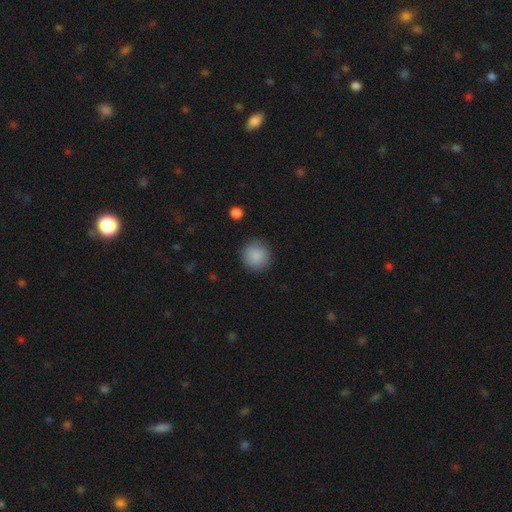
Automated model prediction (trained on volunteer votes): Q: Smooth or featured?
A: smooth (88%); runner-up: star or artifact (7%)
Q: How rounded?
A: round (94%); runner-up: in between (5%)
Q: Merging?
A: none (87%); runner-up: minor disturbance (9%)